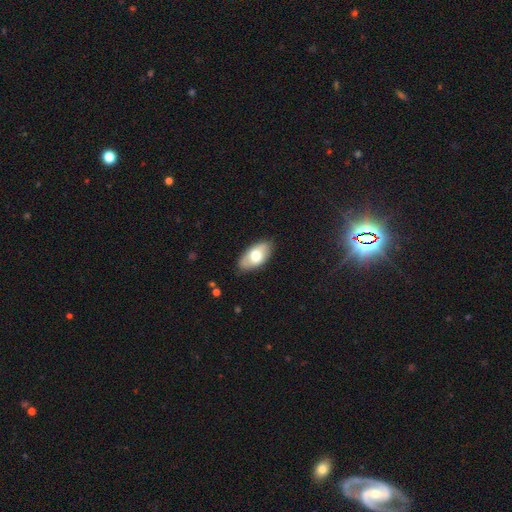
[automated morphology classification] This is likely a smooth galaxy (65%). How rounded: clearly in between (94%). Merging: clearly none (83%).